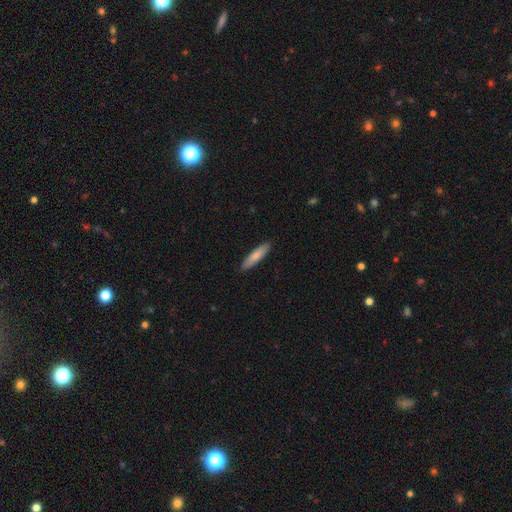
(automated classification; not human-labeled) Smooth or featured: smooth — 78% (featured or disk — 17%)
How rounded: cigar-shaped — 77% (in between — 21%)
Merging: none — 90% (minor disturbance — 7%)